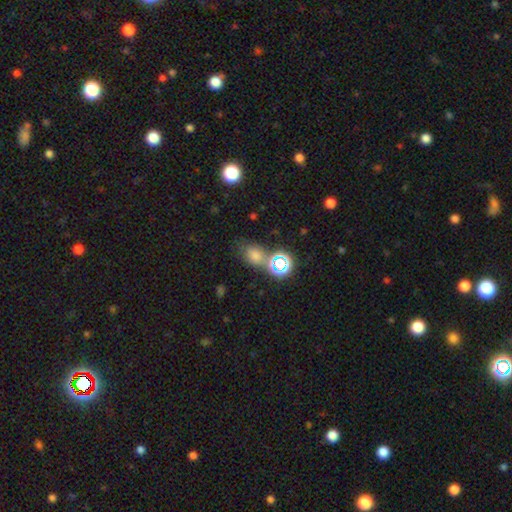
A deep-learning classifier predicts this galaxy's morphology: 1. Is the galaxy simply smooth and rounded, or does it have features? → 59% smooth, 32% star or artifact, 9% featured or disk.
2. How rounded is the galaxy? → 52% round, 47% in between, 2% cigar-shaped.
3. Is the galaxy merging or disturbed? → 63% none, 15% merger, 15% minor disturbance, 7% major disturbance.